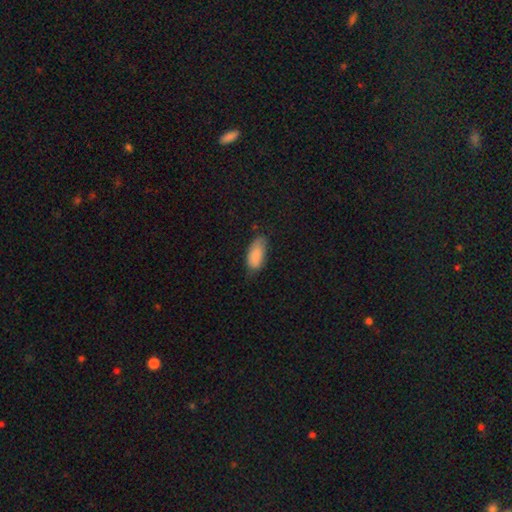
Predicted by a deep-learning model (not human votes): Smooth or featured: smooth — 86% (featured or disk — 7%)
How rounded: in between — 89% (cigar-shaped — 9%)
Merging: none — 57% (minor disturbance — 33%)